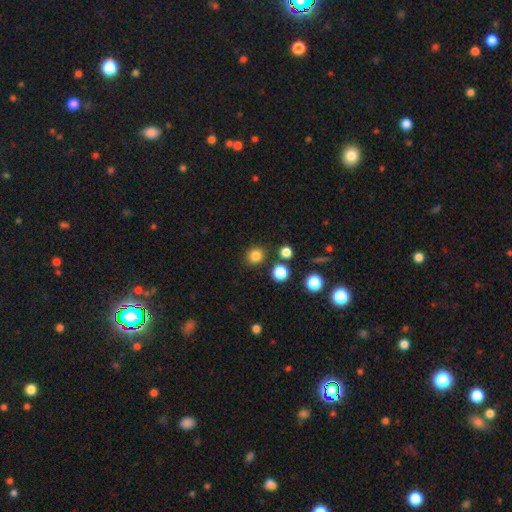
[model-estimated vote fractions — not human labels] smooth 83%, star or artifact 13%, featured or disk 4%. Down the decision tree: how rounded — round (89%); merging — none (86%).